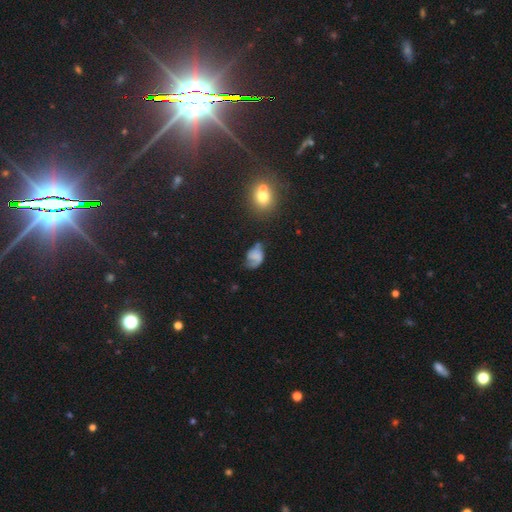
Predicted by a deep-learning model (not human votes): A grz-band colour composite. It shows a featured or disk galaxy (44%). Merging: none (43%).